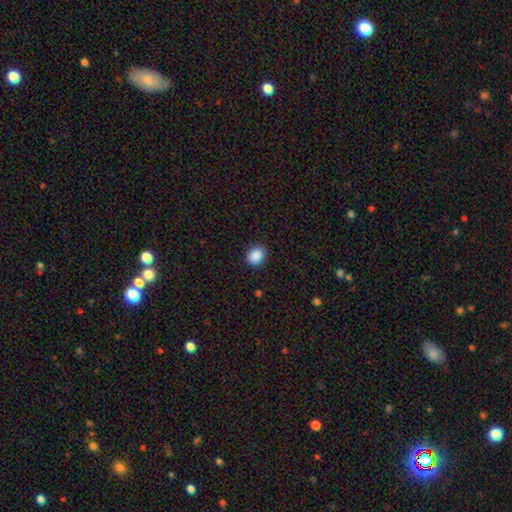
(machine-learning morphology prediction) This appears to be a smooth galaxy with no disk features (89%) that is round (55%). Merging: none (90%).